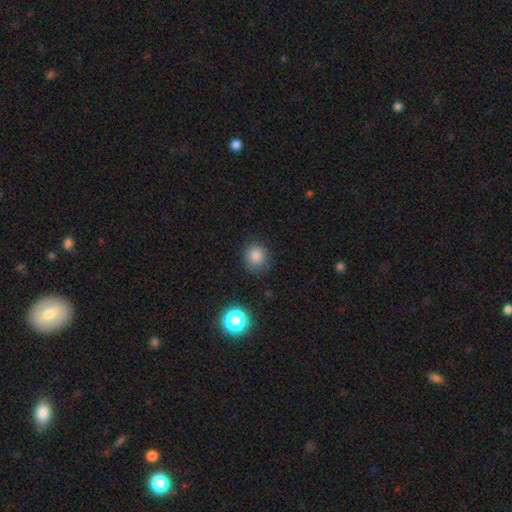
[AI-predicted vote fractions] Smooth or featured: smooth — 82% (star or artifact — 13%)
How rounded: round — 84% (in between — 15%)
Merging: none — 83% (minor disturbance — 12%)